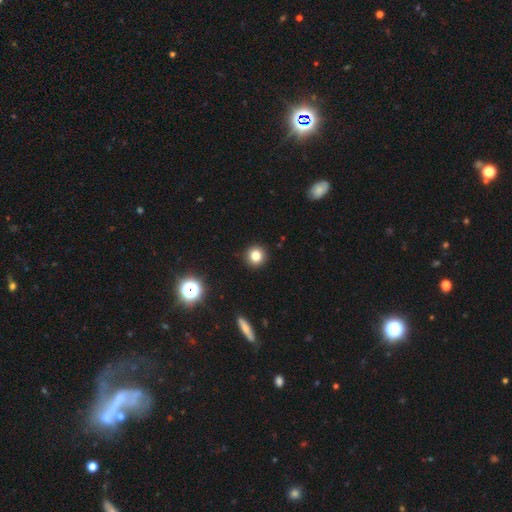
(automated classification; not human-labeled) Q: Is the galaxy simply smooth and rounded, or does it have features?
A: smooth — 81%.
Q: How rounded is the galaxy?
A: round — 93%.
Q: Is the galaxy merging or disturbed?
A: none — 92%.